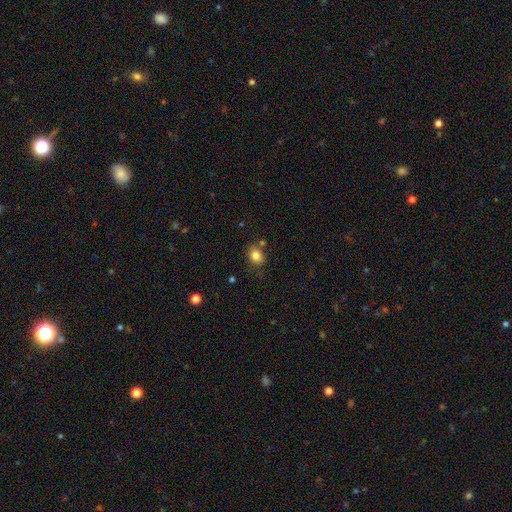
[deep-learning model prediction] Morphology: type=smooth (82%); roundness=round (52%); merging=none (70%).